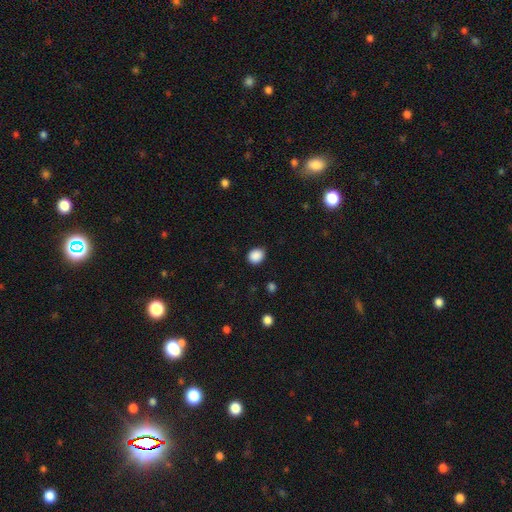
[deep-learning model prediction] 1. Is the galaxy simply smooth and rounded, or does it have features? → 89% smooth, 9% star or artifact, 2% featured or disk.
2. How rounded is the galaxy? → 56% round, 43% in between, 1% cigar-shaped.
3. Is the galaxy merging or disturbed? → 86% none, 10% minor disturbance, 3% major disturbance, 1% merger.